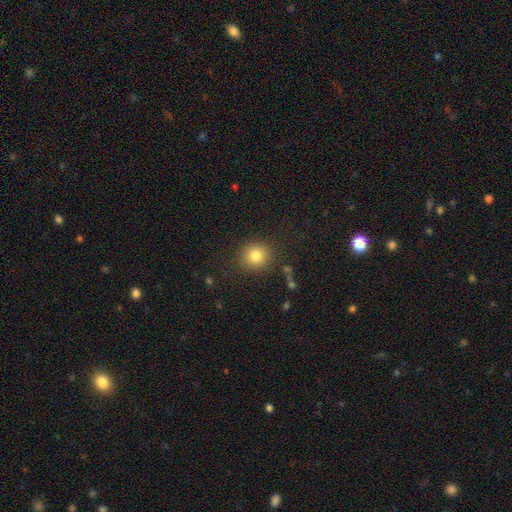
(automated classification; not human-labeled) Overall: smooth (81%). How rounded: round (87%). Merging: none (86%).